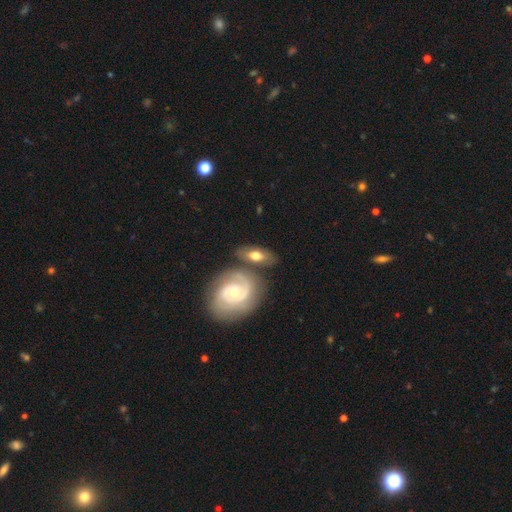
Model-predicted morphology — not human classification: The model was most divided on "smooth or featured": featured or disk: 51%, smooth: 43%, star or artifact: 6%. More confident: edge-on disk — no (87%); merging — none (62%).